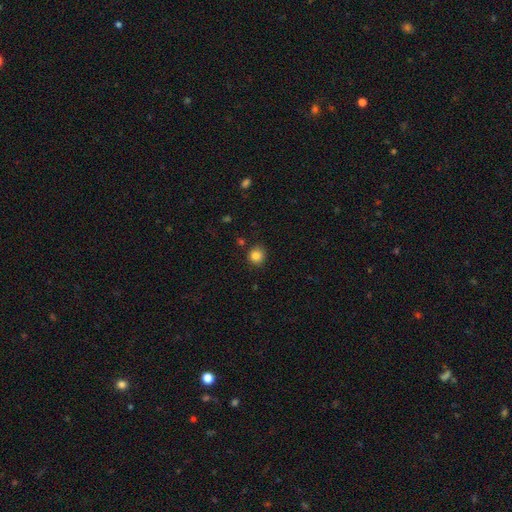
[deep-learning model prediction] Smooth or featured? Predicted: smooth (p=0.85). How rounded? Predicted: round (p=0.89). Merging? Predicted: none (p=0.85).